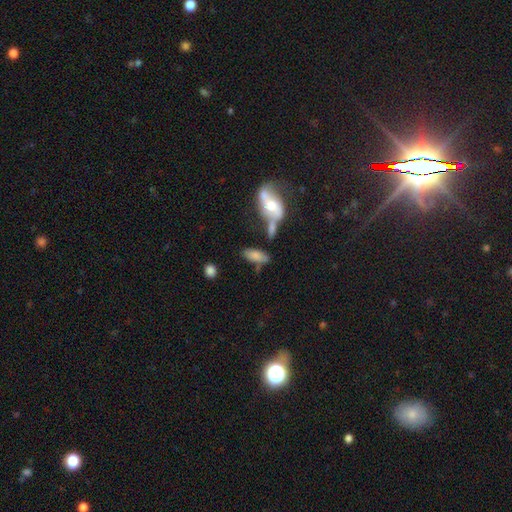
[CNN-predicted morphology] Smooth or featured: smooth — 73% (featured or disk — 19%)
How rounded: in between — 79% (cigar-shaped — 18%)
Merging: none — 52% (merger — 24%)